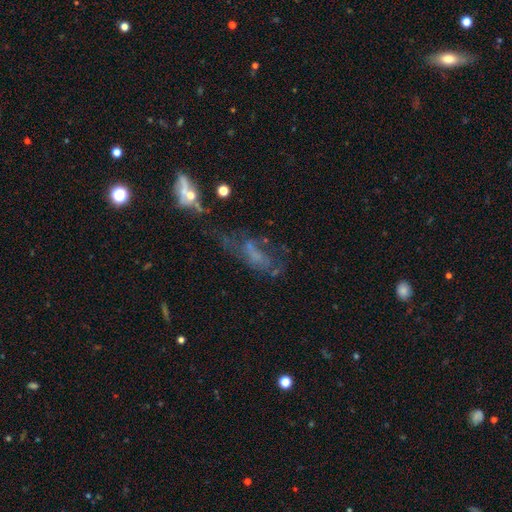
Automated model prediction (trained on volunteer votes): featured or disk 51%, smooth 28%, star or artifact 21%. Down the decision tree: edge-on disk — no (86%); merging — major disturbance (36%).